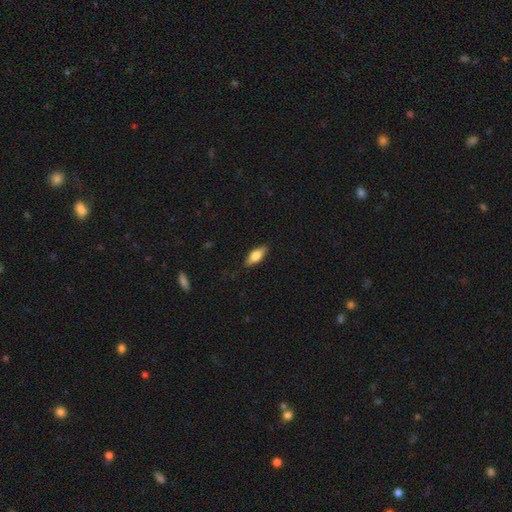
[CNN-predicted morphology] This appears to be a smooth galaxy with no disk features (61%) that is in between round and cigar-shaped (69%). Merging: none (86%).